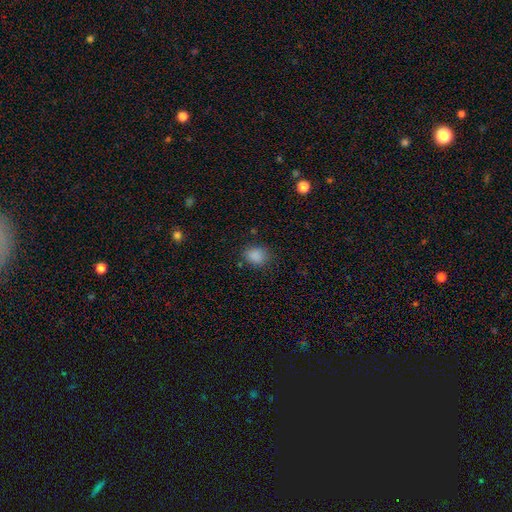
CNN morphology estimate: Smooth or featured? smooth (86%)
How rounded? round (52%)
Merging? none (79%)